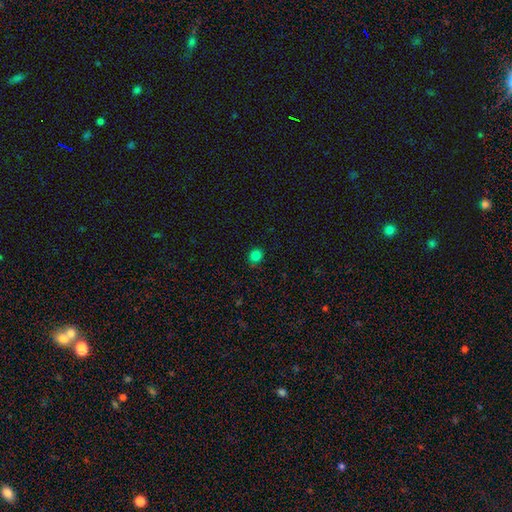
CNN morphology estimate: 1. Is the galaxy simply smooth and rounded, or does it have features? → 82% smooth, 15% star or artifact, 4% featured or disk.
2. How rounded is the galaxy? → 77% round, 22% in between, 1% cigar-shaped.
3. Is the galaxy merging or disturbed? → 86% none, 10% minor disturbance, 2% major disturbance, 1% merger.